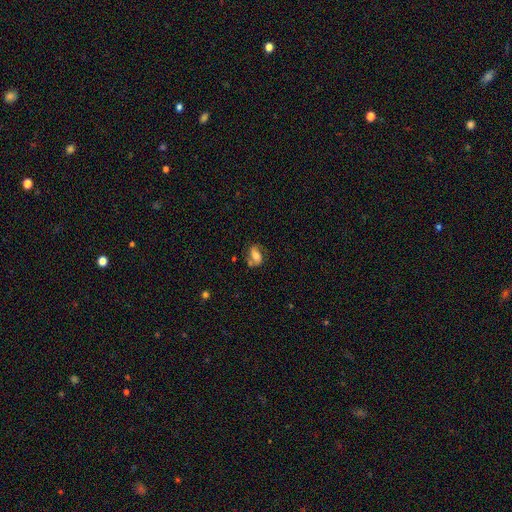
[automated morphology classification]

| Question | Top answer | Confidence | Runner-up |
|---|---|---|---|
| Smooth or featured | smooth | 46% | featured or disk (44%) |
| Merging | none | 53% | minor disturbance (22%) |